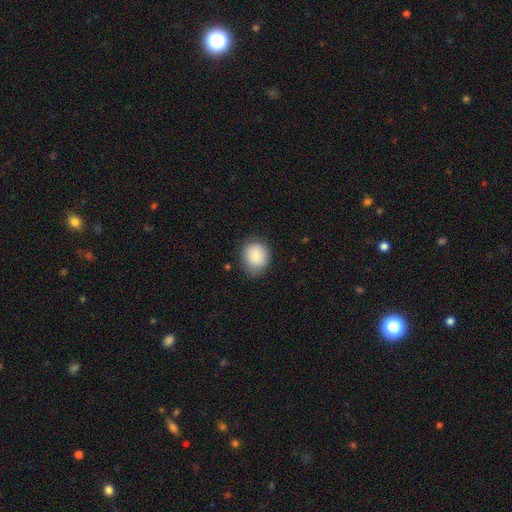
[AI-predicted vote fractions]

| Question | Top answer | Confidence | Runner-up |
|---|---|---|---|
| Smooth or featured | smooth | 86% | star or artifact (7%) |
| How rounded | round | 72% | in between (28%) |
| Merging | none | 78% | minor disturbance (17%) |